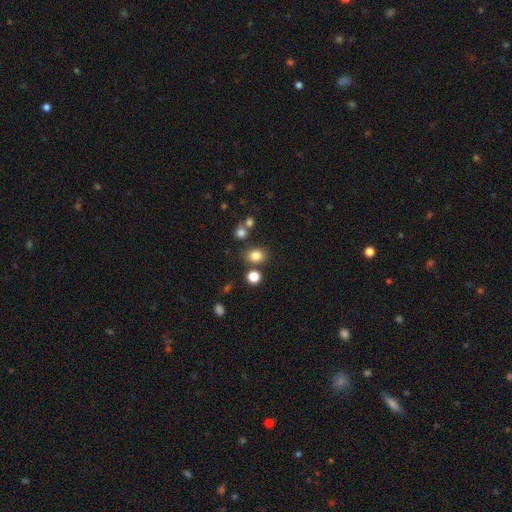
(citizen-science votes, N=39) Smooth or featured? 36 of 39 (92%) said smooth. How rounded? 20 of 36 (56%) said round. Merging? 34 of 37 (92%) said none.